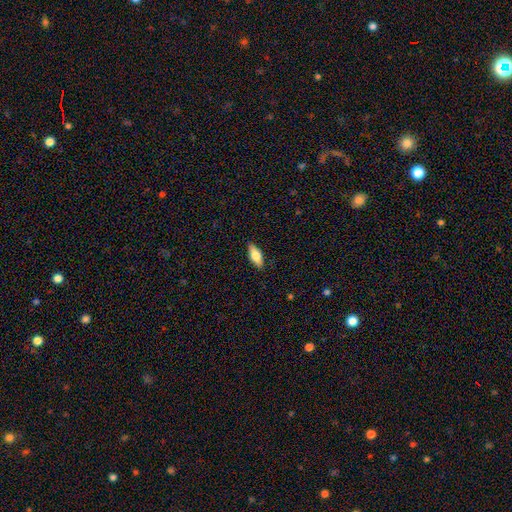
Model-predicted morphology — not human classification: Overall: smooth (70%). How rounded: in between (75%). Merging: none (87%).